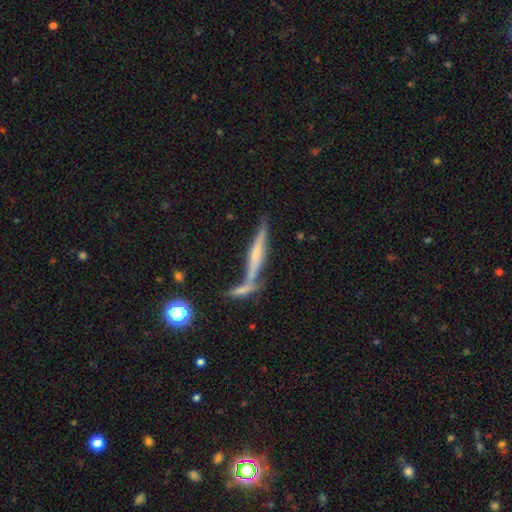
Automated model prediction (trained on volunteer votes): smooth_or_featured: featured or disk (p=0.57) [alt: smooth p=0.34]
disk_edge_on: yes (p=0.93) [alt: no p=0.07]
edge_on_bulge: none (p=0.44) [alt: rounded p=0.38]
merging: none (p=0.54) [alt: merger p=0.29]